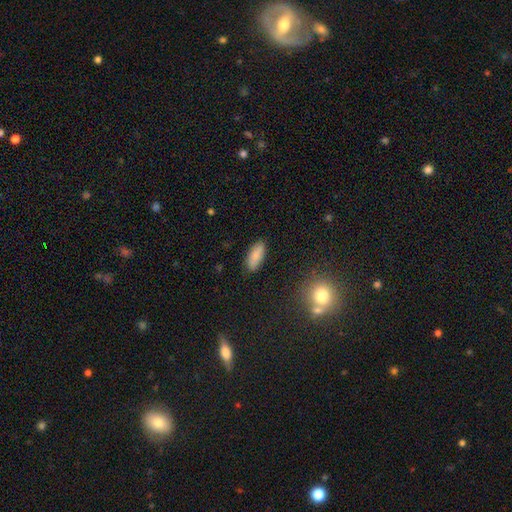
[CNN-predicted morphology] The model was most divided on "how rounded": in between: 79%, cigar-shaped: 19%, round: 2%. More confident: merging — none (86%); smooth or featured — smooth (81%).